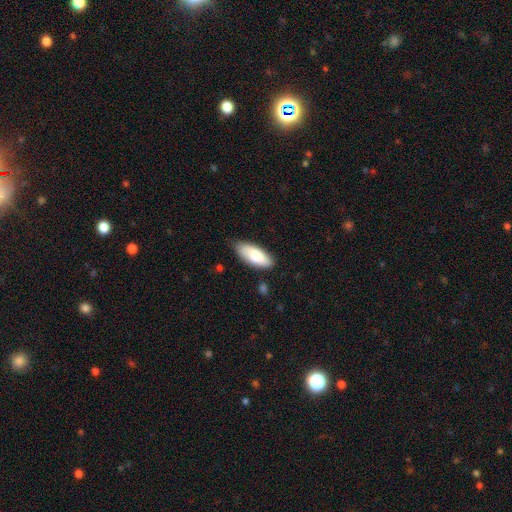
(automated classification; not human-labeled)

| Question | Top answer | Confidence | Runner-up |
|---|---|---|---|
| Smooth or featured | smooth | 84% | featured or disk (10%) |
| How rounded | in between | 83% | cigar-shaped (15%) |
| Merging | none | 75% | minor disturbance (20%) |